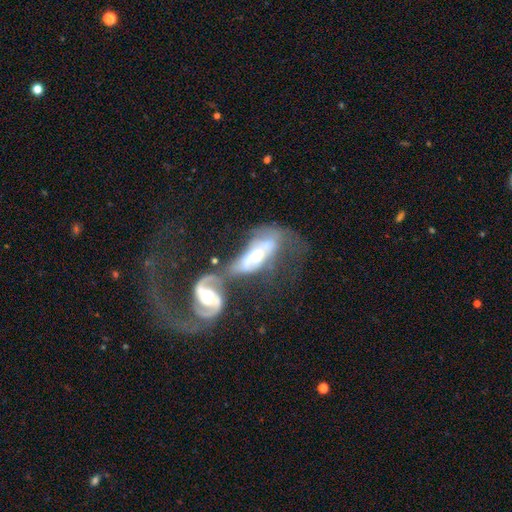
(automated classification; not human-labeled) featured or disk 77%, smooth 16%, star or artifact 7%. Down the decision tree: edge-on disk — no (90%); bar — no (47%); spiral arms — yes (80%); spiral arm count — 2 (71%); spiral winding — medium (40%); bulge size — moderate (61%); merging — merger (68%).